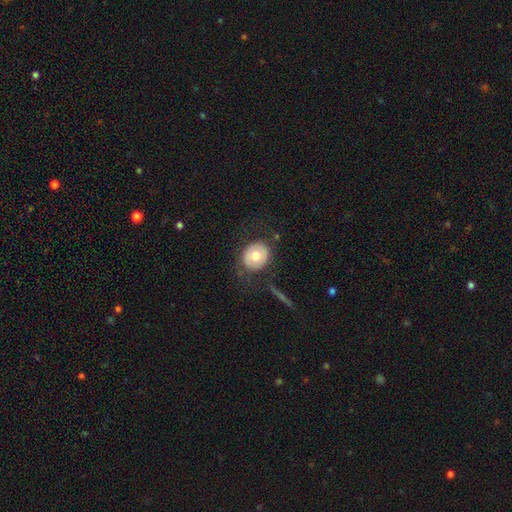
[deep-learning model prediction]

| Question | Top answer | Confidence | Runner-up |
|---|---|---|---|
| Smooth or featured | smooth | 68% | featured or disk (25%) |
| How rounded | round | 70% | in between (29%) |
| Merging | none | 74% | minor disturbance (14%) |